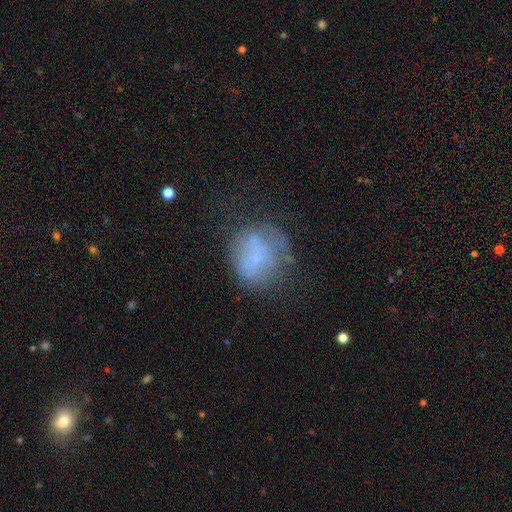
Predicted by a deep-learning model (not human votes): smooth-or-featured: smooth: 54% | featured or disk: 33% | star or artifact: 13%
  how-rounded: round: 74% | in between: 24% | cigar-shaped: 1%
  merging: none: 44% | minor disturbance: 26% | major disturbance: 22% | merger: 8%